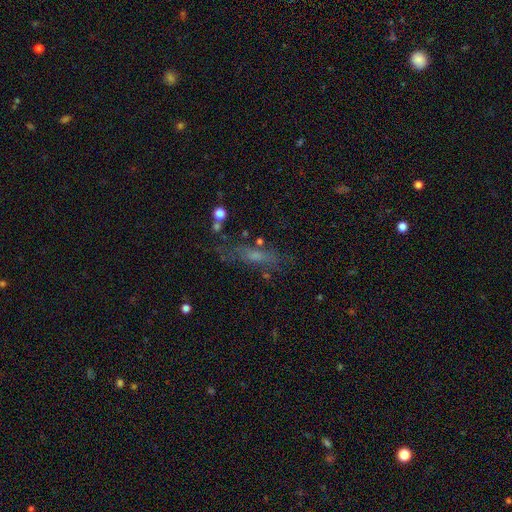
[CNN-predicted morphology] Overall: featured or disk (40%; smooth 38%). Merging: none (65%).